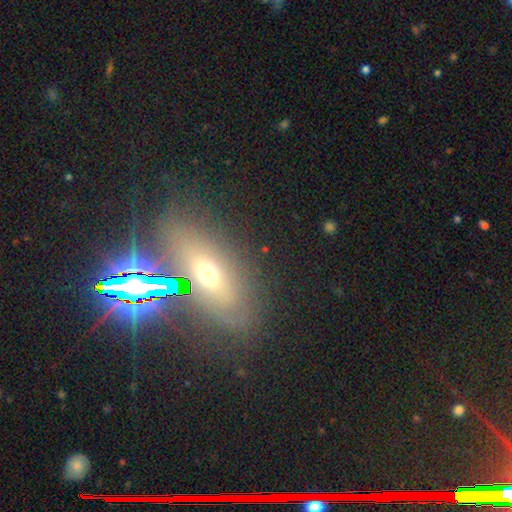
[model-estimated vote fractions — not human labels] A star or artifact, not a galaxy (43%).